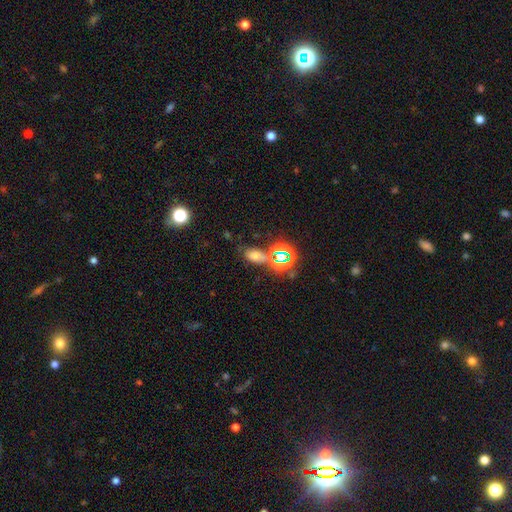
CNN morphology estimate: Smooth or featured?
  - smooth: 55% *
  - star or artifact: 35%
  - featured or disk: 10%
How rounded?
  - in between: 83% *
  - round: 13%
  - cigar-shaped: 4%
Merging?
  - none: 60% *
  - minor disturbance: 17%
  - merger: 15%
  - major disturbance: 8%